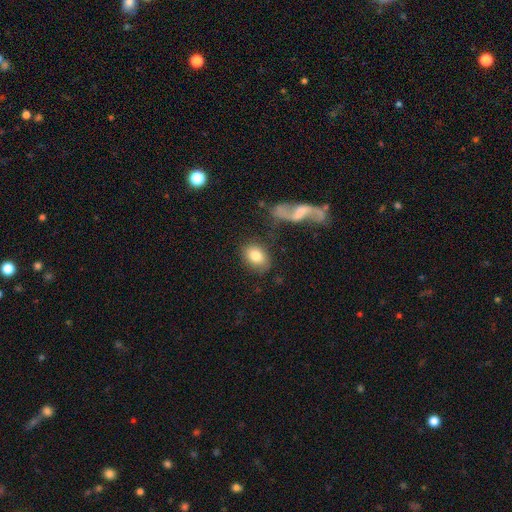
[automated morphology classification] The model was most divided on "how rounded": in between: 77%, round: 22%, cigar-shaped: 2%. More confident: smooth or featured — smooth (80%); merging — none (74%).